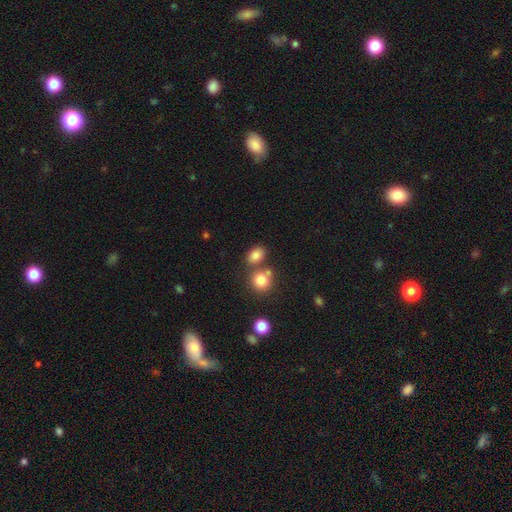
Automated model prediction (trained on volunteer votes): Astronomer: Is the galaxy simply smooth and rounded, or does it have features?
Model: smooth — 81%.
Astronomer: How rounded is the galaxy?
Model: in between — 71%.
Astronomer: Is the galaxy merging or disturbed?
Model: none — 61%.